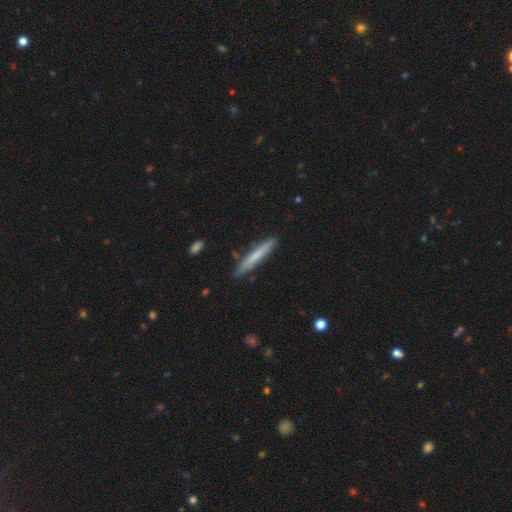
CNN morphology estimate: Smooth or featured? smooth (65%)
How rounded? cigar-shaped (96%)
Merging? none (86%)